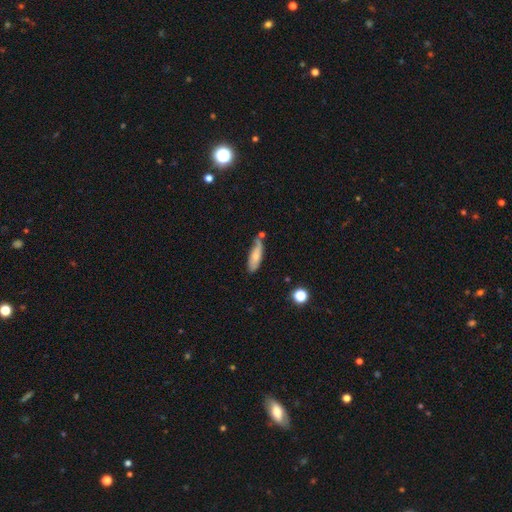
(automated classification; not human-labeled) Morphology: type=smooth (70%); roundness=in between (52%); merging=none (53%).